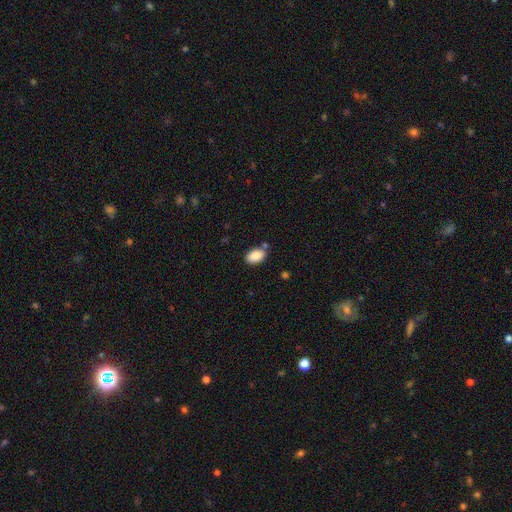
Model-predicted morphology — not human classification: A smooth galaxy with no disk features (88%) that is in between round and cigar-shaped (91%). Merging: none (74%).